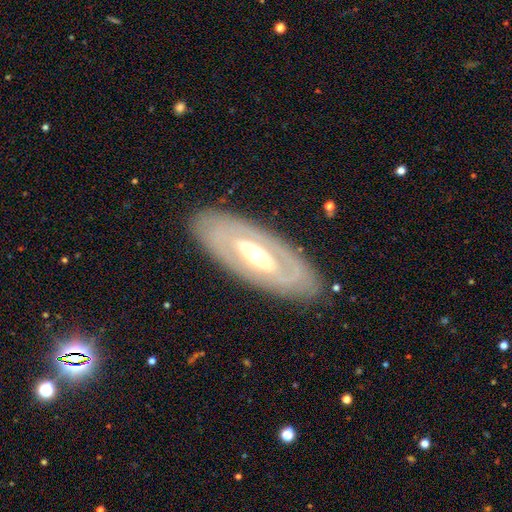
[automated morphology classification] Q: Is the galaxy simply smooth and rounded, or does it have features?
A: featured or disk — 74%.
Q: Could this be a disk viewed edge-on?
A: no — 86%.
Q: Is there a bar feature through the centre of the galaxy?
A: no — 70%.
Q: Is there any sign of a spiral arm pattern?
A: no — 68%.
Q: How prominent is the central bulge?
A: moderate — 66%.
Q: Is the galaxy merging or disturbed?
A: none — 84%.